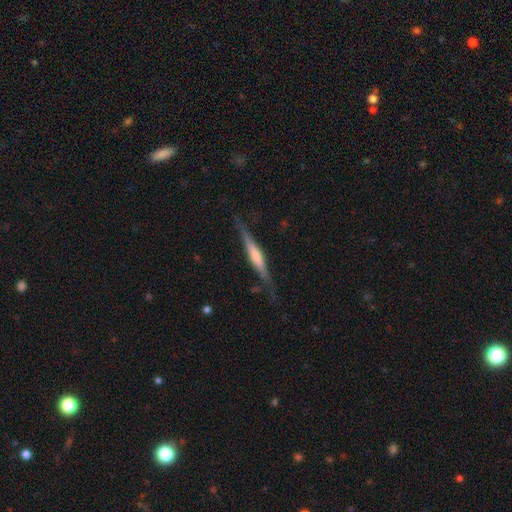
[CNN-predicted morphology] Smooth or featured? Predicted: featured or disk (p=0.71). Edge-on disk? Predicted: yes (p=0.96). Edge-on bulge? Predicted: rounded (p=0.60). Merging? Predicted: none (p=0.79).